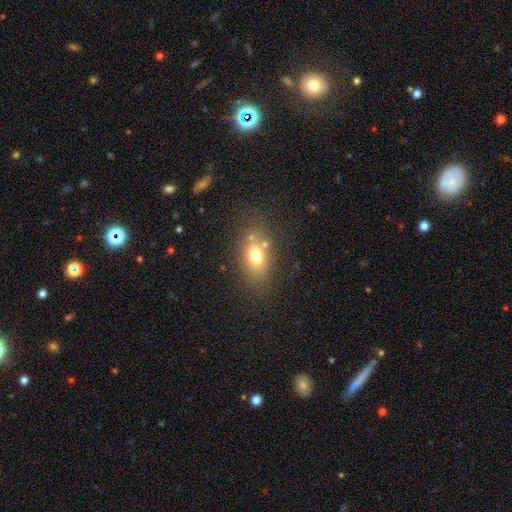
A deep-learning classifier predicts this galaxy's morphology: A smooth galaxy with no disk features (70%) that is in between round and cigar-shaped (79%).

Vote fractions:
- Smooth or featured? smooth: 70% / featured or disk: 18% / star or artifact: 12%
- How rounded? in between: 79% / round: 18% / cigar-shaped: 4%
- Merging? none: 68% / minor disturbance: 15% / merger: 11% / major disturbance: 6%